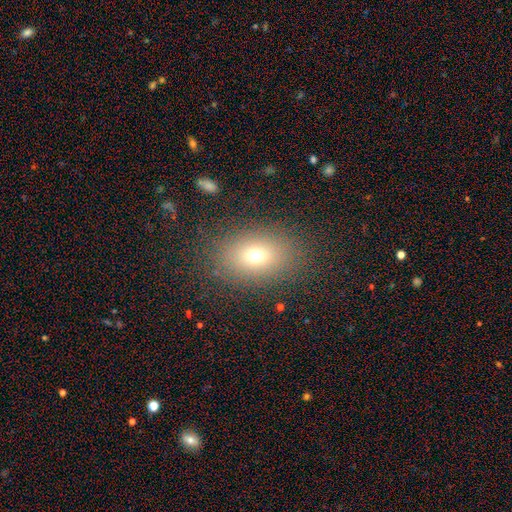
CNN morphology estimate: type=smooth (68%); roundness=in between (68%); merging=none (84%).